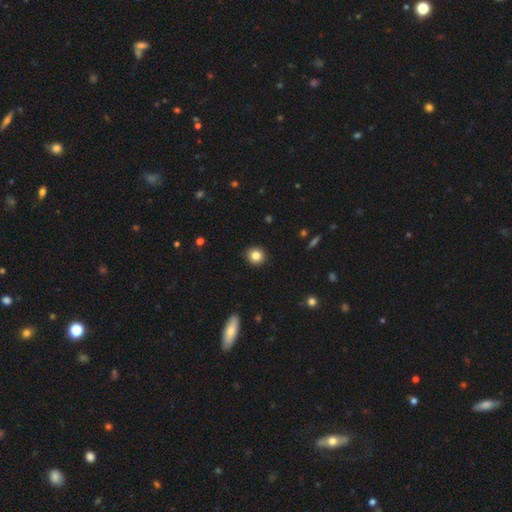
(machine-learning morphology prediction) smooth_or_featured: smooth (p=0.83) [alt: star or artifact p=0.11]
how_rounded: round (p=0.87) [alt: in between p=0.12]
merging: none (p=0.92) [alt: minor disturbance p=0.06]